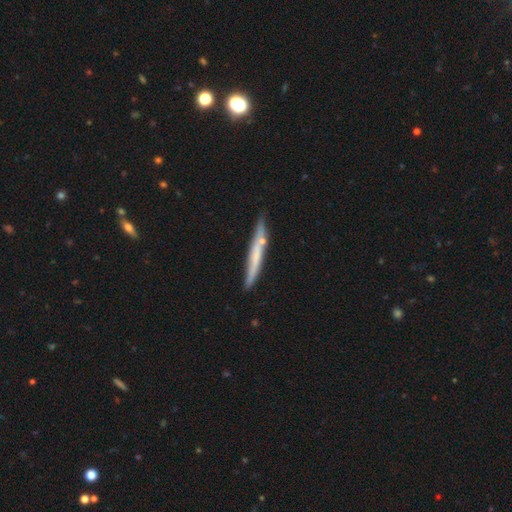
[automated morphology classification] The model was most divided on "smooth or featured": smooth: 48%, featured or disk: 46%, star or artifact: 6%. More confident: merging — none (76%).